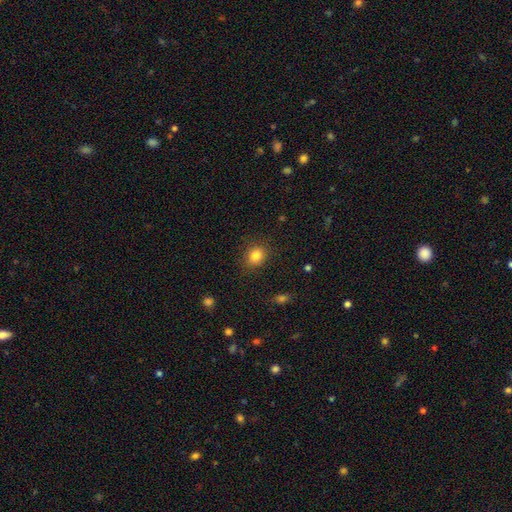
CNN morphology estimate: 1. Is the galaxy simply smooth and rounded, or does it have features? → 83% smooth, 11% star or artifact, 6% featured or disk.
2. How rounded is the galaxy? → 70% round, 29% in between, 1% cigar-shaped.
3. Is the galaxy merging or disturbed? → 86% none, 10% minor disturbance, 3% major disturbance, 1% merger.